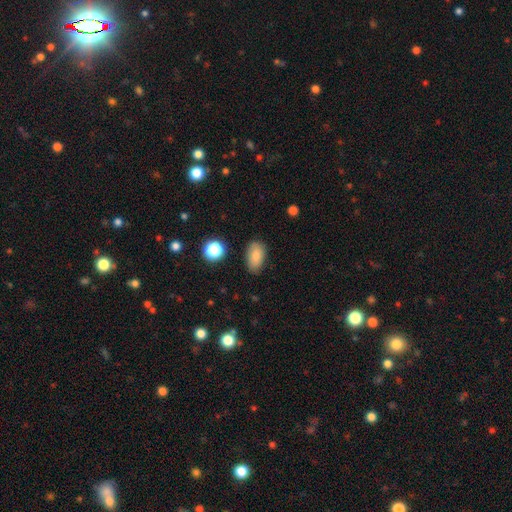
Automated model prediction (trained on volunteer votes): Smooth or featured?
  - smooth: 82% *
  - featured or disk: 9%
  - star or artifact: 9%
How rounded?
  - in between: 91% *
  - round: 7%
  - cigar-shaped: 2%
Merging?
  - none: 79% *
  - minor disturbance: 16%
  - major disturbance: 3%
  - merger: 2%